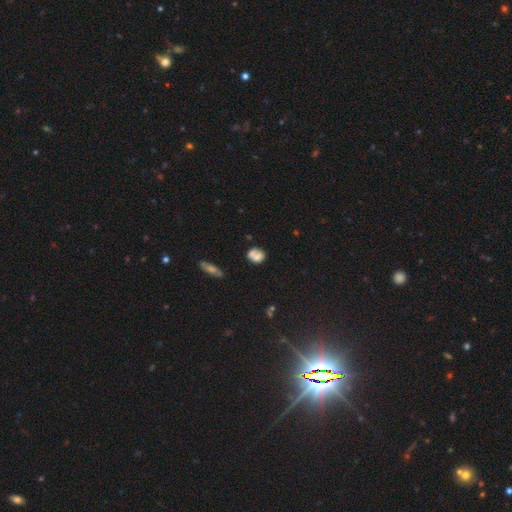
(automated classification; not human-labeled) Smooth or featured? smooth (68%)
How rounded? in between (49%, tied with round)
Merging? none (38%)